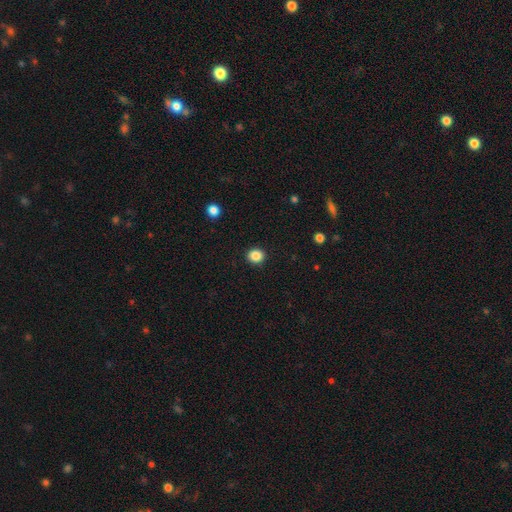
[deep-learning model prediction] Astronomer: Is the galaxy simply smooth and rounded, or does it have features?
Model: smooth — 86%.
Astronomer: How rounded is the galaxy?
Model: round — 81%.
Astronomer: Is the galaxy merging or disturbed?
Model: none — 92%.